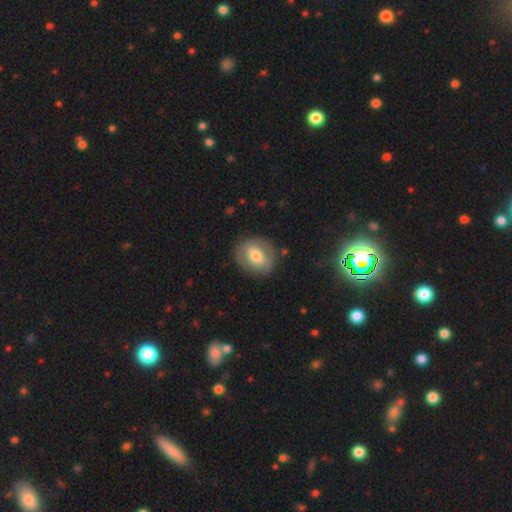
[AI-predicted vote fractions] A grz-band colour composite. It shows a smooth galaxy with no disk features (52%) that is round (58%). Merging: none (82%).